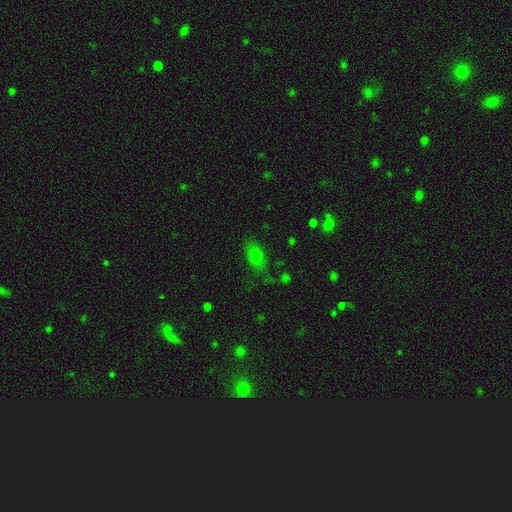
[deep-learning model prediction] Morphology: type=smooth (73%); roundness=in between (81%); merging=none (67%).